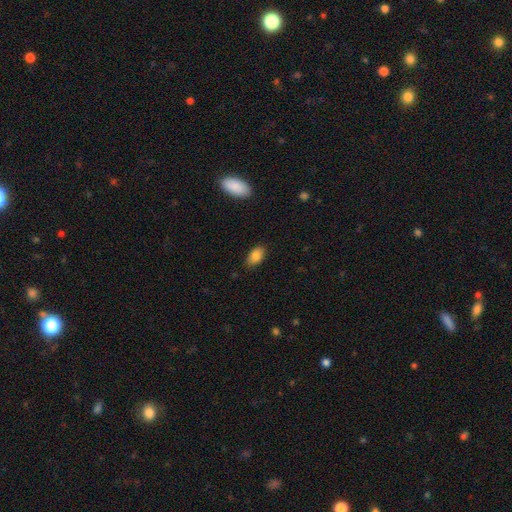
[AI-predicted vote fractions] This appears to be a smooth galaxy with no disk features (85%) that is in between round and cigar-shaped (91%). Merging: none (83%).